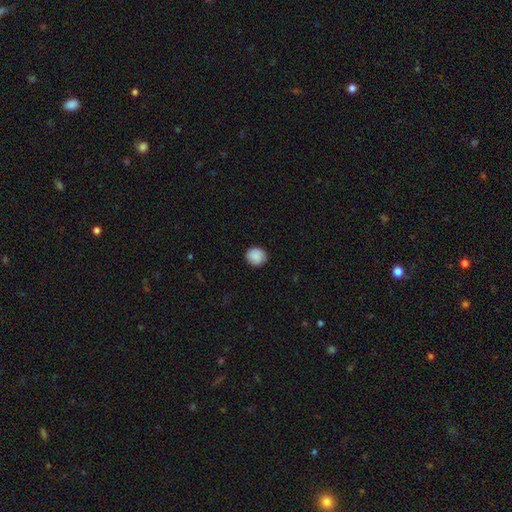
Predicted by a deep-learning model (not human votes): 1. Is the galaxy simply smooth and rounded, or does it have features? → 88% smooth, 8% star or artifact, 4% featured or disk.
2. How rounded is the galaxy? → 85% round, 14% in between, 1% cigar-shaped.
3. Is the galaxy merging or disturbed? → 87% none, 10% minor disturbance, 2% major disturbance, 1% merger.